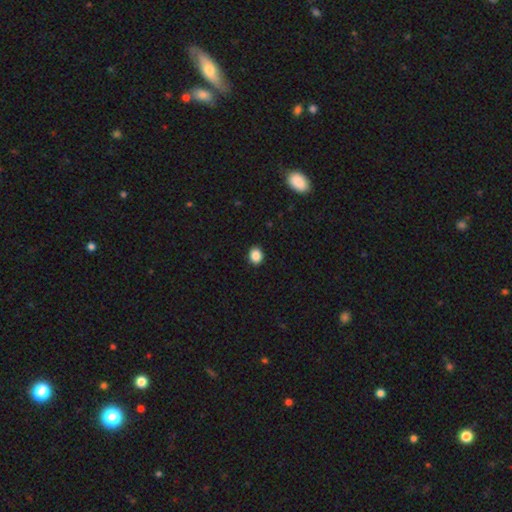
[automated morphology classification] The model was most divided on "how rounded": round: 57%, in between: 42%, cigar-shaped: 1%. More confident: merging — none (91%); smooth or featured — smooth (88%).